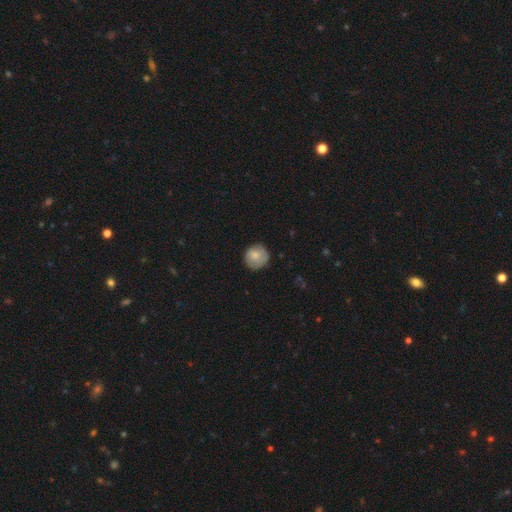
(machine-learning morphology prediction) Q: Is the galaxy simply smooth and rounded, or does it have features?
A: smooth — 77%.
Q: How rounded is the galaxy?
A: round — 91%.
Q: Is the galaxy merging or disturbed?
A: none — 79%.